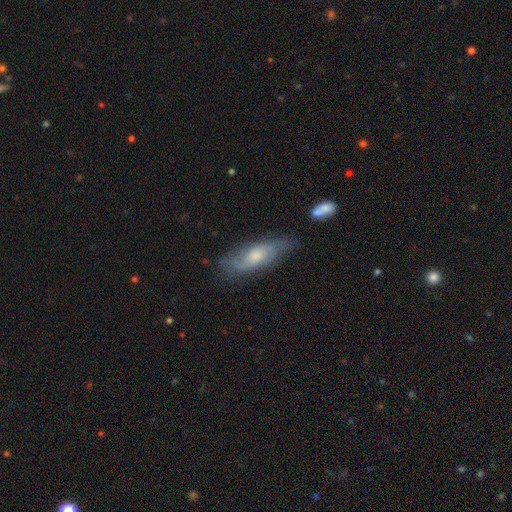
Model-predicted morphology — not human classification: smooth_or_featured: featured or disk (p=0.64) [alt: smooth p=0.28]
disk_edge_on: no (p=0.80) [alt: yes p=0.20]
bar: no (p=0.62) [alt: weak p=0.33]
has_spiral_arms: yes (p=0.87) [alt: no p=0.13]
bulge_size: moderate (p=0.56) [alt: small p=0.27]
merging: none (p=0.67) [alt: minor disturbance p=0.22]